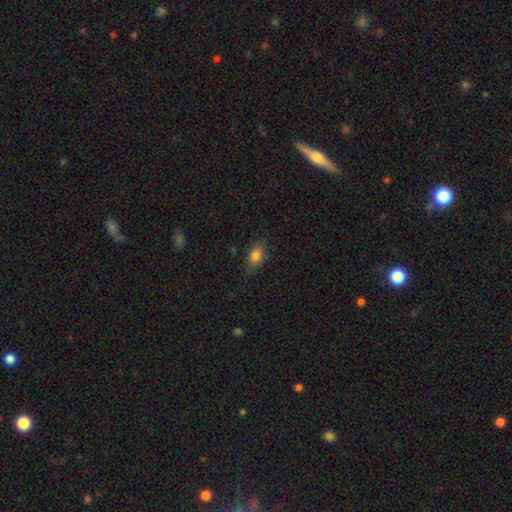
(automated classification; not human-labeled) Q: Smooth or featured?
A: smooth (80%); runner-up: featured or disk (11%)
Q: How rounded?
A: in between (85%); runner-up: round (8%)
Q: Merging?
A: none (76%); runner-up: minor disturbance (18%)